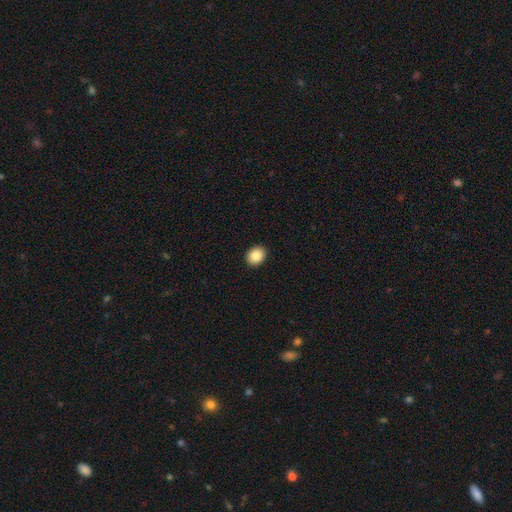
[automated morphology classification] Smooth or featured: smooth — 86% (star or artifact — 8%)
How rounded: round — 53% (in between — 46%)
Merging: none — 92% (minor disturbance — 6%)